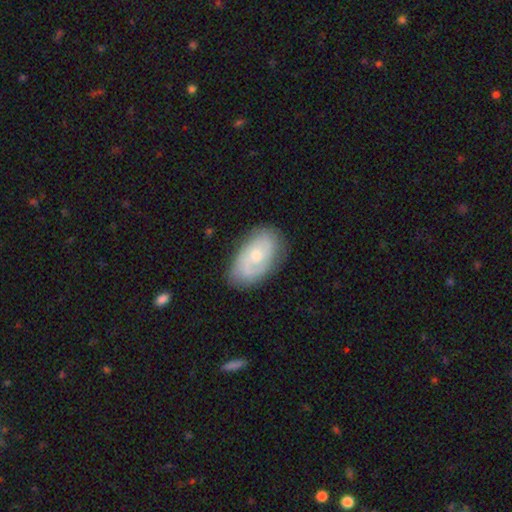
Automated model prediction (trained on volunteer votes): smooth_or_featured: featured or disk (p=0.61) [alt: smooth p=0.33]
disk_edge_on: no (p=0.95) [alt: yes p=0.05]
bar: no (p=0.70) [alt: weak p=0.26]
has_spiral_arms: yes (p=0.83) [alt: no p=0.17]
bulge_size: moderate (p=0.48) [alt: small p=0.45]
merging: none (p=0.74) [alt: minor disturbance p=0.19]